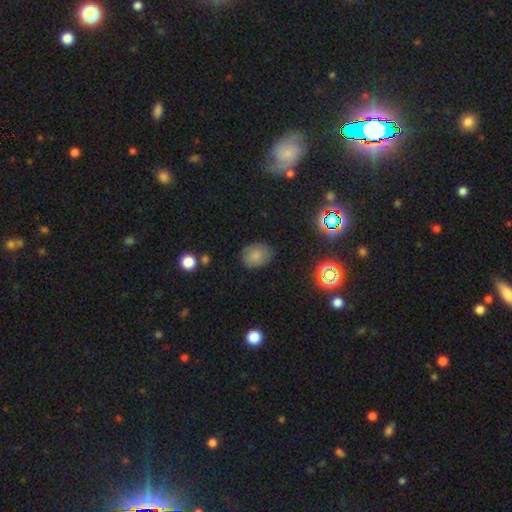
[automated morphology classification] Q: Smooth or featured?
A: smooth (77%); runner-up: star or artifact (13%)
Q: How rounded?
A: round (52%); runner-up: in between (47%)
Q: Merging?
A: none (80%); runner-up: minor disturbance (15%)